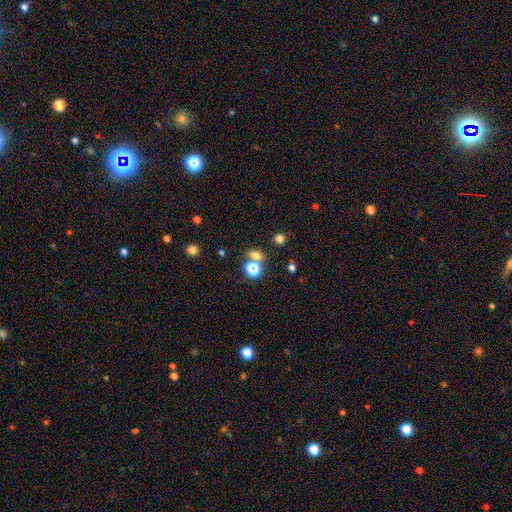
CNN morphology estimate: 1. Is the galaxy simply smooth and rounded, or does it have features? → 57% smooth, 33% star or artifact, 10% featured or disk.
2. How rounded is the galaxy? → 49% round, 47% in between, 3% cigar-shaped.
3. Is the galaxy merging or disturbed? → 65% none, 21% merger, 9% minor disturbance, 5% major disturbance.